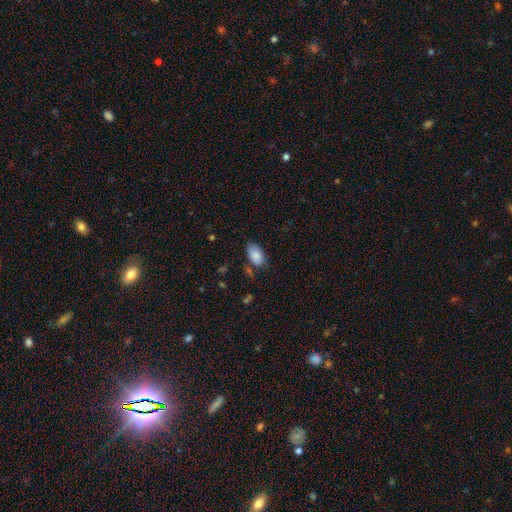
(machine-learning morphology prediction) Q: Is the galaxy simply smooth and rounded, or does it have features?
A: smooth — 86%.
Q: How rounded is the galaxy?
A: in between — 93%.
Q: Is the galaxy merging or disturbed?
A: none — 70%.